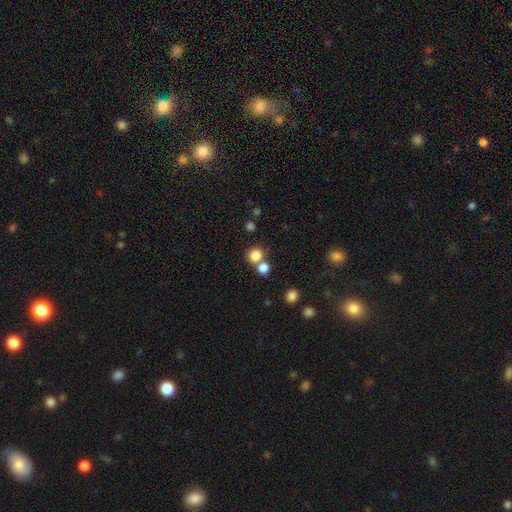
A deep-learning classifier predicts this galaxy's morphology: smooth 81%, star or artifact 13%, featured or disk 6%. Down the decision tree: how rounded — round (87%); merging — none (61%).